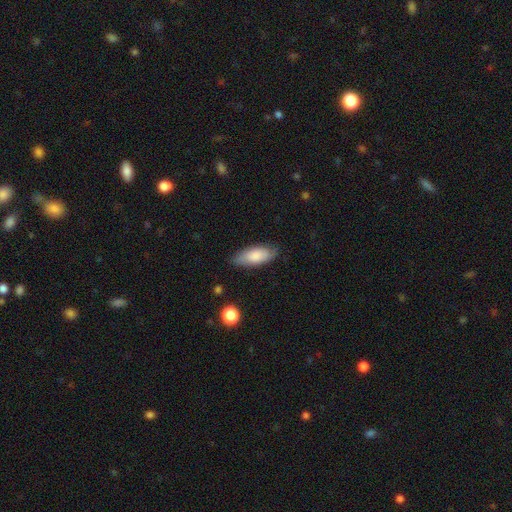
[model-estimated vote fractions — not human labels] Q: Smooth or featured?
A: smooth (80%); runner-up: featured or disk (14%)
Q: How rounded?
A: in between (80%); runner-up: cigar-shaped (18%)
Q: Merging?
A: none (77%); runner-up: minor disturbance (18%)